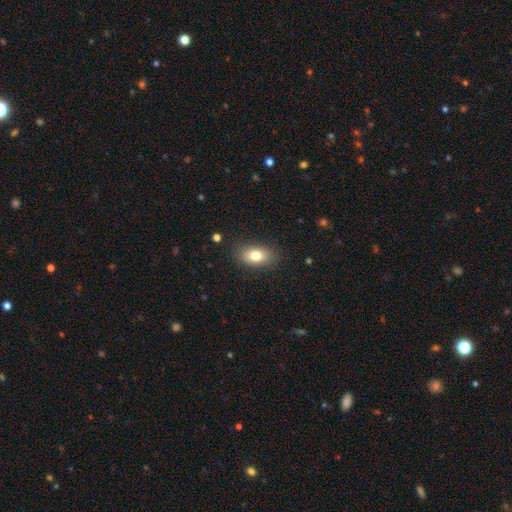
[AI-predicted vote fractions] This is likely a smooth galaxy (78%). How rounded: clearly in between (86%). Merging: clearly none (86%).